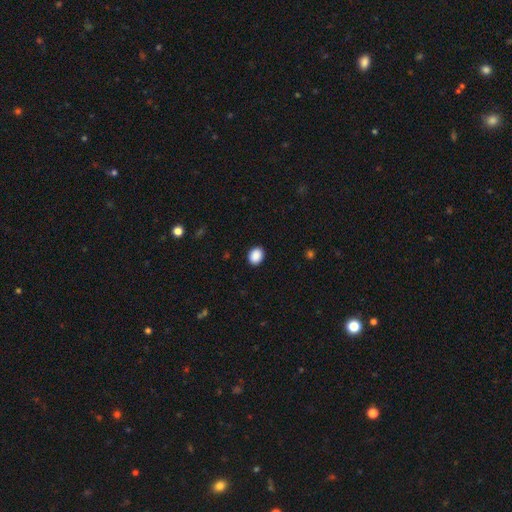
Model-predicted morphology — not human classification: This is clearly a smooth galaxy (90%). How rounded: possibly in between (54%). Merging: clearly none (91%).